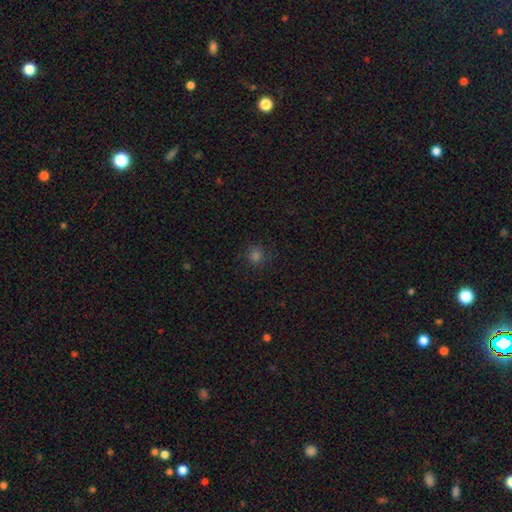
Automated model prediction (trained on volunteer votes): Smooth or featured?
  - smooth: 74% *
  - star or artifact: 21%
  - featured or disk: 5%
How rounded?
  - round: 92% *
  - in between: 7%
  - cigar-shaped: 1%
Merging?
  - none: 88% *
  - minor disturbance: 8%
  - major disturbance: 3%
  - merger: 1%